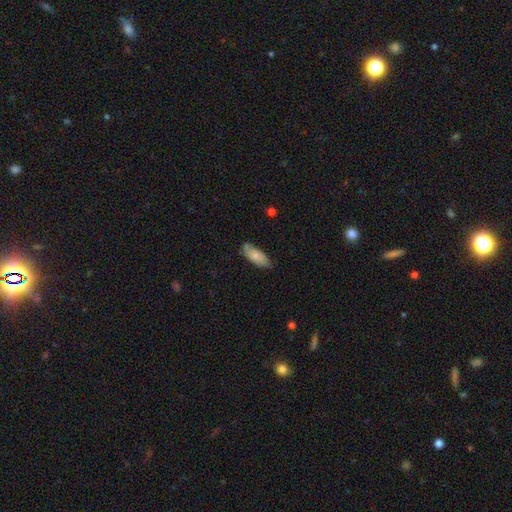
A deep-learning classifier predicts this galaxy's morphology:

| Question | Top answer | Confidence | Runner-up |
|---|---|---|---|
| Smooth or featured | smooth | 74% | featured or disk (20%) |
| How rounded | in between | 80% | cigar-shaped (18%) |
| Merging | none | 71% | minor disturbance (23%) |